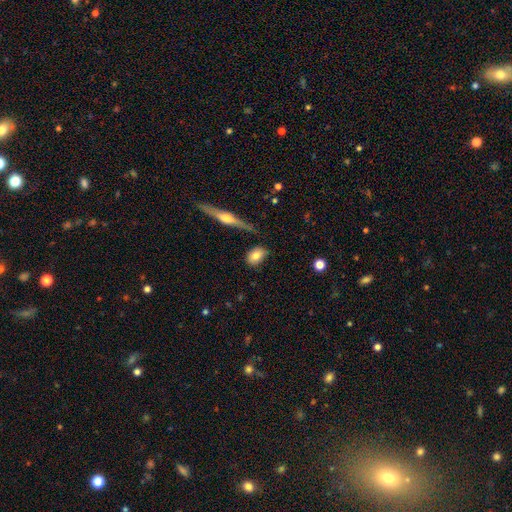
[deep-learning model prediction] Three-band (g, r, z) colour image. It shows a smooth galaxy with no disk features (78%) that is in between round and cigar-shaped (76%). Merging: none (76%).